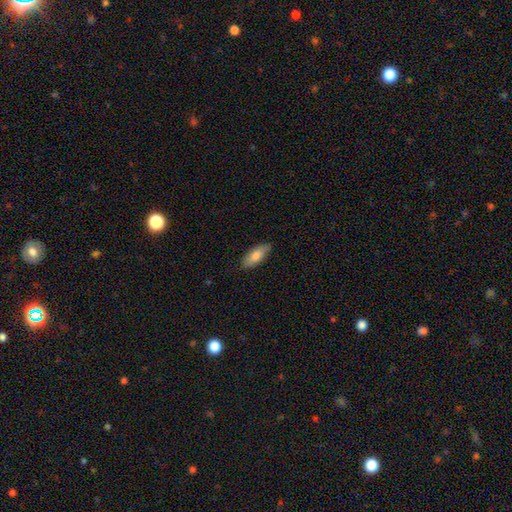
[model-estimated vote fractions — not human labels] smooth-or-featured: smooth: 80% | featured or disk: 14% | star or artifact: 6%
  how-rounded: in between: 78% | cigar-shaped: 20% | round: 2%
  merging: none: 86% | minor disturbance: 11% | major disturbance: 2% | merger: 1%